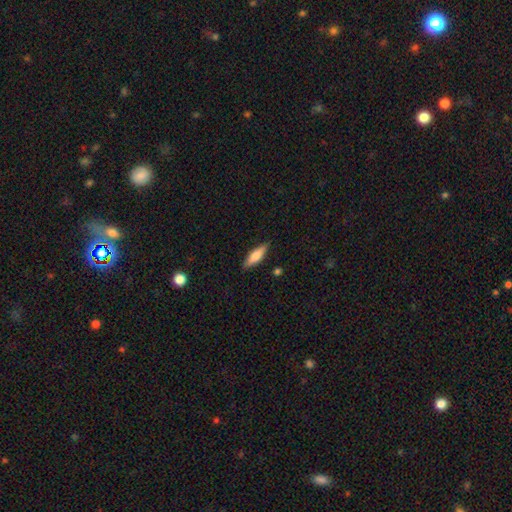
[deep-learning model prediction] Smooth or featured? smooth (65%)
How rounded? cigar-shaped (60%)
Merging? none (87%)